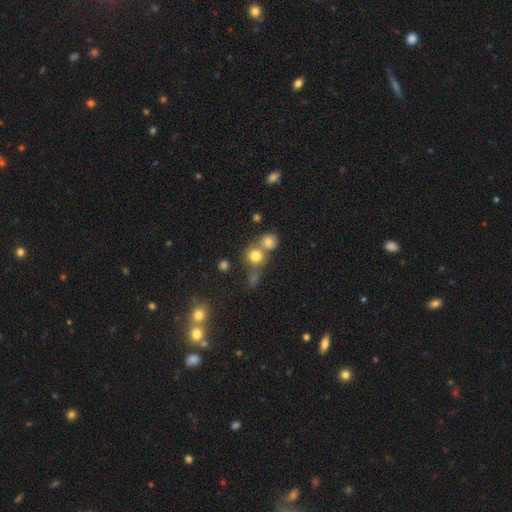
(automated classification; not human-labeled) Overall: smooth (75%). How rounded: round (84%). Merging: none (47%; merger 40%).